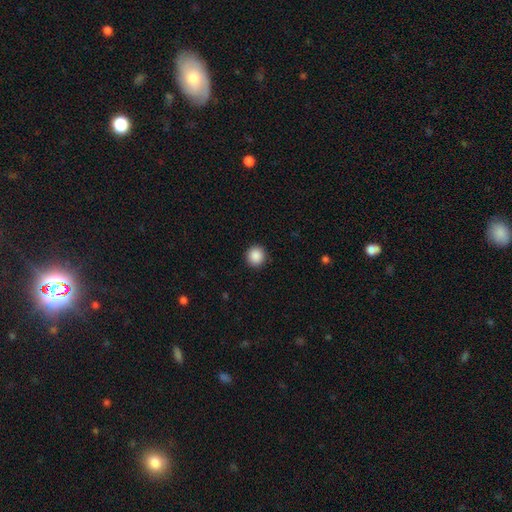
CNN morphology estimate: Overall: smooth (89%). How rounded: round (92%). Merging: none (92%).